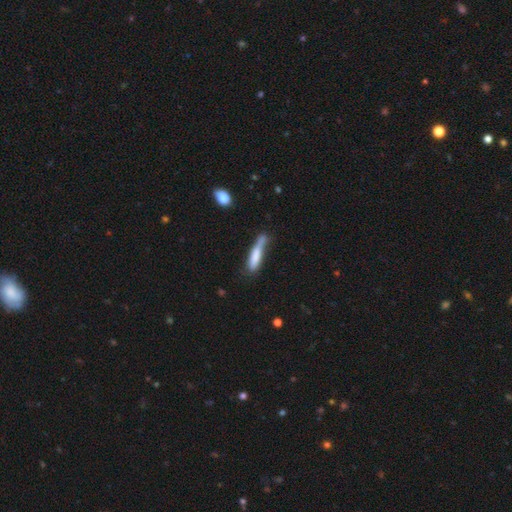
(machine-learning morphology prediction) This appears to be a smooth galaxy with no disk features (74%) that is cigar-shaped (85%). Merging: none (45%).